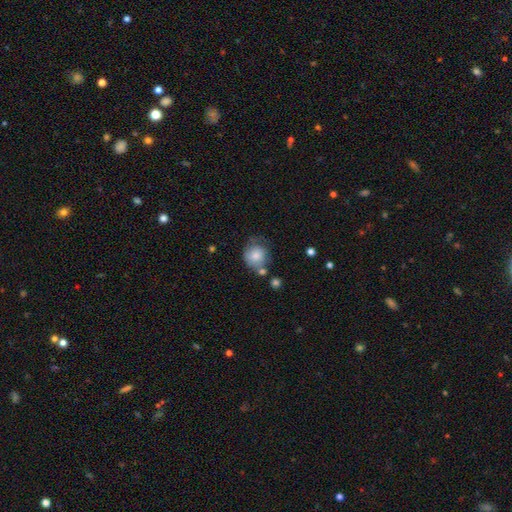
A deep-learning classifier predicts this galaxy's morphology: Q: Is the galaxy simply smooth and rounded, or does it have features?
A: smooth — 72%.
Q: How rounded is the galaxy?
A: round — 77%.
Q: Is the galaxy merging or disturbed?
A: none — 43%.